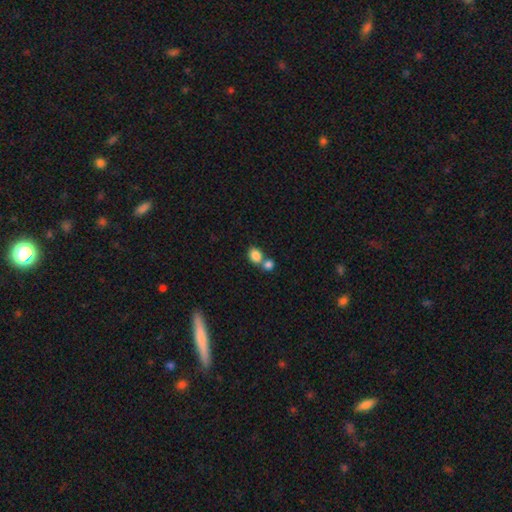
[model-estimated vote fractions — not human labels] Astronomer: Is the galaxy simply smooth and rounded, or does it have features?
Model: smooth — 84%.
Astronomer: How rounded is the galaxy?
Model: in between — 52% (runner-up: round, 47%).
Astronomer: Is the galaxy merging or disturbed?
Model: merger — 46% (runner-up: none, 43%).